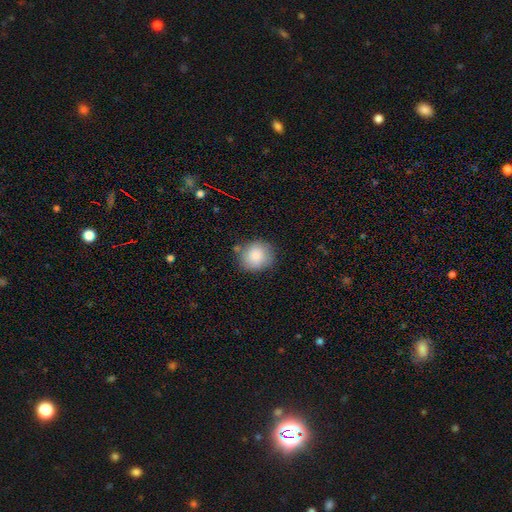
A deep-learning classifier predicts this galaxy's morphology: type=smooth (85%); roundness=round (79%); merging=none (75%).